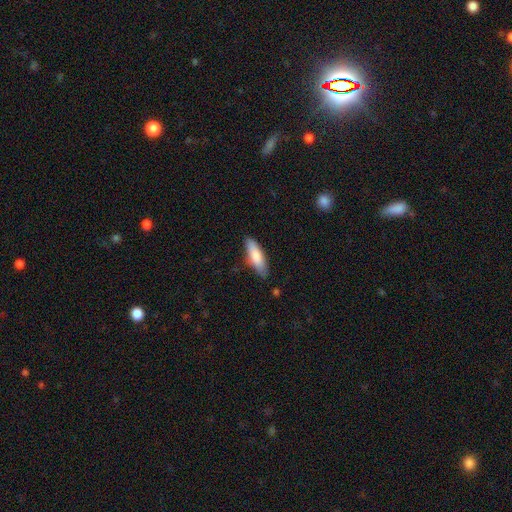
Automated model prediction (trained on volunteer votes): Morphology: type=smooth (80%); roundness=cigar-shaped (50%); merging=none (82%).